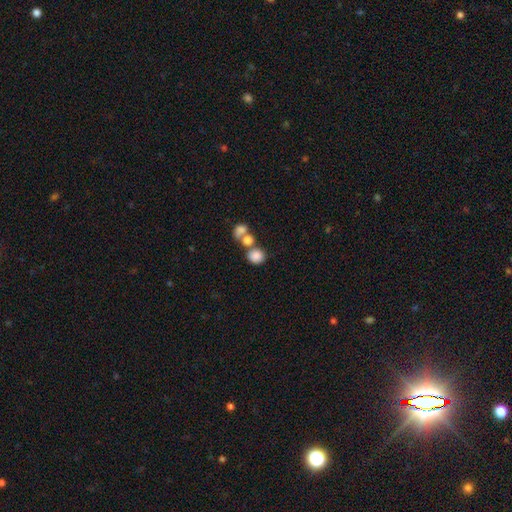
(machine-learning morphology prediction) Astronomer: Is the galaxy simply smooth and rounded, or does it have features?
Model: smooth — 81%.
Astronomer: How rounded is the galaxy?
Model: round — 76%.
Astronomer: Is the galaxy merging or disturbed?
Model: merger — 45% (runner-up: none, 42%).